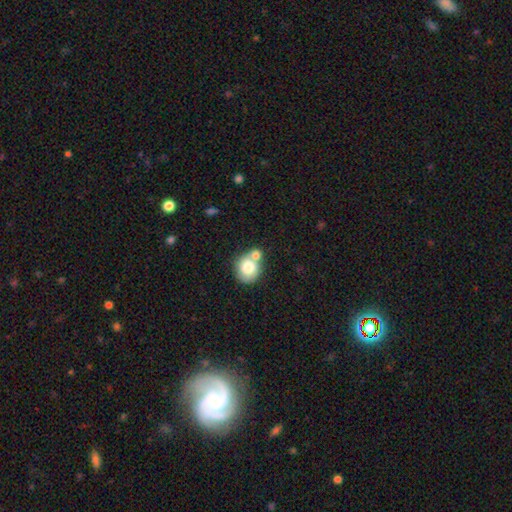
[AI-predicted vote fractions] A smooth galaxy with no disk features (73%) that is round (74%). Merging: merger (52%).